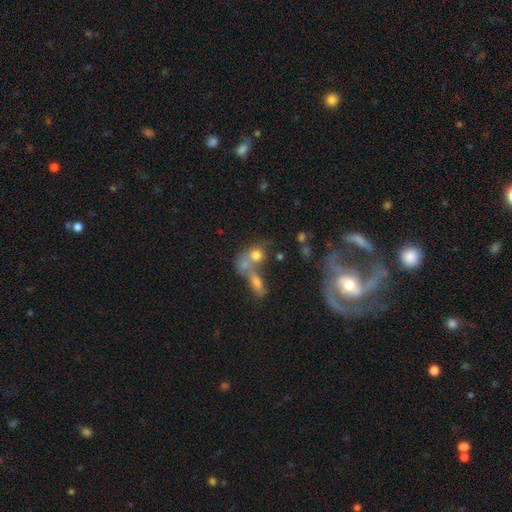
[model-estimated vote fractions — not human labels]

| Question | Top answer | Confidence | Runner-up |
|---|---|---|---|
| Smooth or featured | smooth | 69% | featured or disk (18%) |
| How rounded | round | 59% | in between (37%) |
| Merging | merger | 57% | none (27%) |